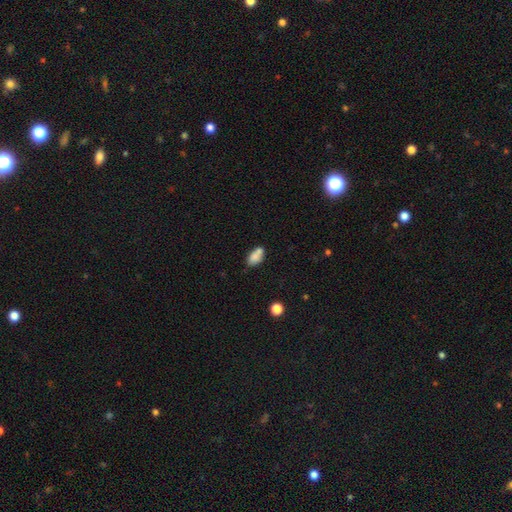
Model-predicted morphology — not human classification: A smooth galaxy with no disk features (79%) that is in between round and cigar-shaped (88%). Merging: none (42%).